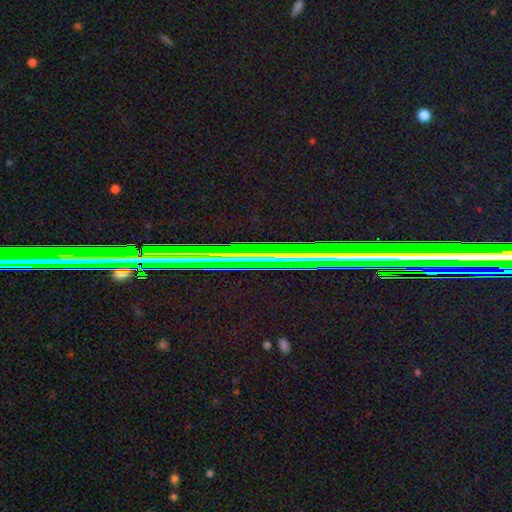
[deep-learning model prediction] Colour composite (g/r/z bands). It shows a star or artifact, not a galaxy (77%).